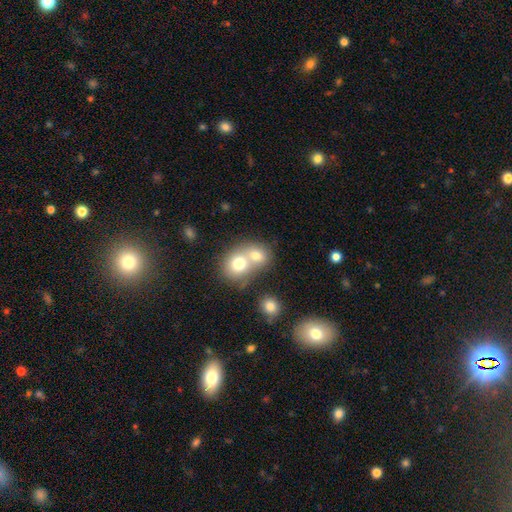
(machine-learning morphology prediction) Smooth or featured? Predicted: smooth (p=0.73). How rounded? Predicted: round (p=0.67). Merging? Predicted: merger (p=0.67).